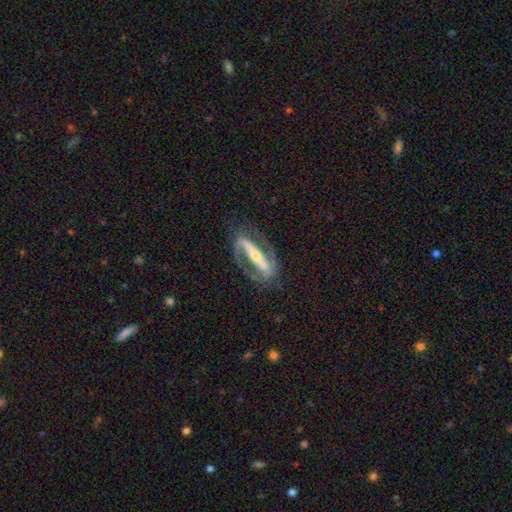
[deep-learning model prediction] A featured or disk galaxy (86%) with a strong bar (75%), 2 (84%) medium (47%) spiral arms (87%) and a small central bulge (48%).

Vote fractions:
- Smooth or featured? featured or disk: 86% / smooth: 9% / star or artifact: 5%
- Edge-on disk? no: 83% / yes: 17%
- Bar? strong: 75% / weak: 13% / no: 12%
- Spiral arms? yes: 87% / no: 13%
- Spiral winding? medium: 47% / tight: 33% / loose: 20%
- Spiral arm count? 2: 84% / 1: 7% / can't tell: 6% / 3: 1% / 4: 1% / more than 4: 1%
- Bulge size? small: 48% / moderate: 43% / large: 5% / none: 2% / dominant: 2%
- Merging? none: 71% / minor disturbance: 15% / major disturbance: 12% / merger: 2%